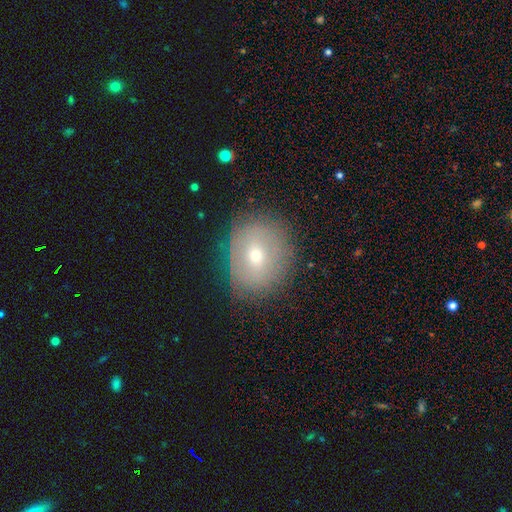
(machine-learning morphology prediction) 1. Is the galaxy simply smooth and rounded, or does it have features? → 51% smooth, 37% featured or disk, 12% star or artifact.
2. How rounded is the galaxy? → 61% round, 38% in between, 1% cigar-shaped.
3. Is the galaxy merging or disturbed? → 79% none, 15% minor disturbance, 5% major disturbance, 1% merger.